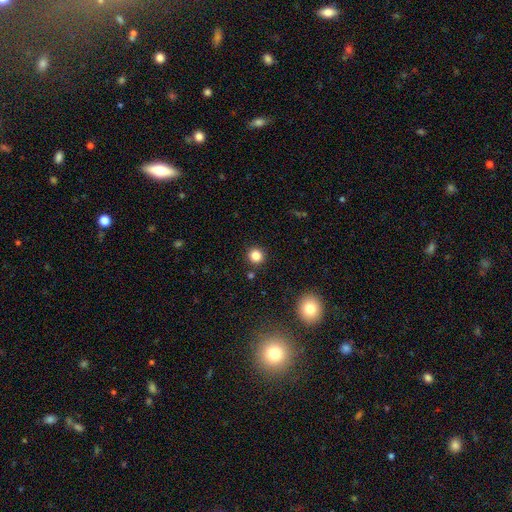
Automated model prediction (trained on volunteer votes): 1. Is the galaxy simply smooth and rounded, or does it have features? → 83% smooth, 12% star or artifact, 4% featured or disk.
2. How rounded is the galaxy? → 92% round, 7% in between, 1% cigar-shaped.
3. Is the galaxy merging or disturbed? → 90% none, 5% minor disturbance, 2% merger, 2% major disturbance.